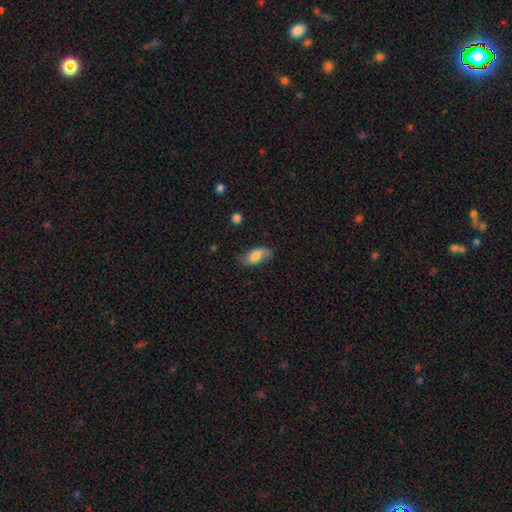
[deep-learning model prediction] Q: Smooth or featured?
A: smooth (67%); runner-up: featured or disk (25%)
Q: How rounded?
A: in between (90%); runner-up: cigar-shaped (6%)
Q: Merging?
A: none (63%); runner-up: minor disturbance (26%)